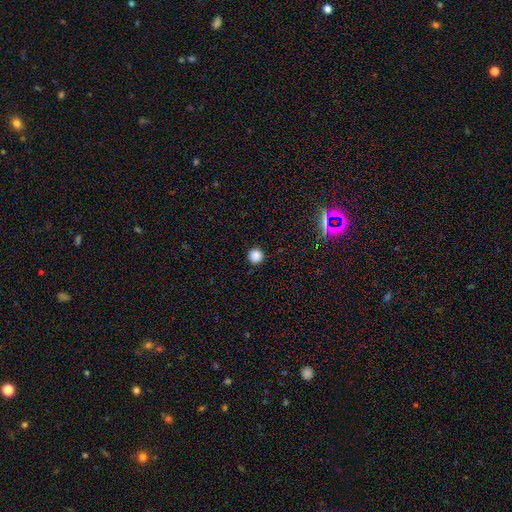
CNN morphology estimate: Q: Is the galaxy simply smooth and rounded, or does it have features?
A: smooth — 84%.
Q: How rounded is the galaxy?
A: round — 96%.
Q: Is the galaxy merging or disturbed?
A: none — 92%.